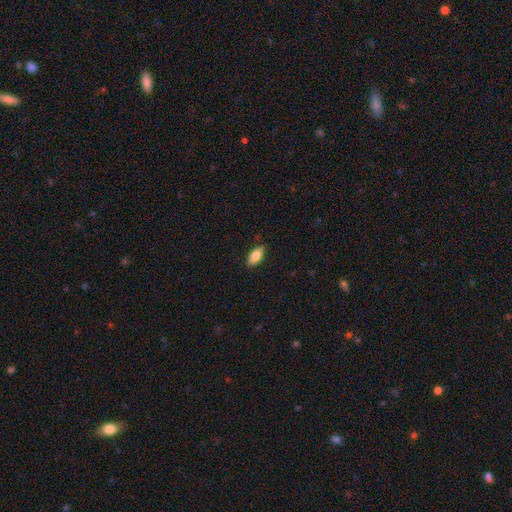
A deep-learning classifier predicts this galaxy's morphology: This appears to be a smooth galaxy with no disk features (84%) that is in between round and cigar-shaped (87%). Merging: none (85%).